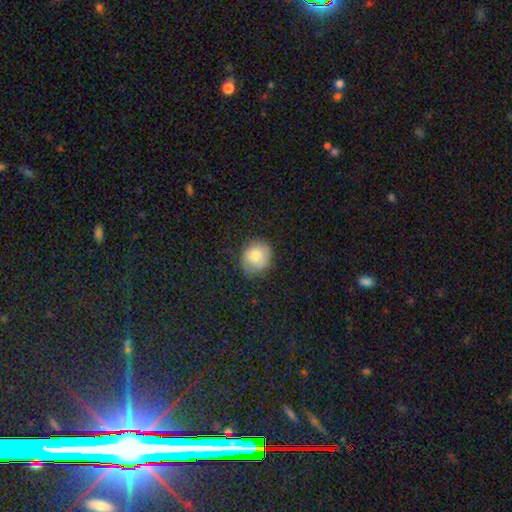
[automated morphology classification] This is likely a smooth galaxy (79%). How rounded: likely round (74%). Merging: likely none (71%).